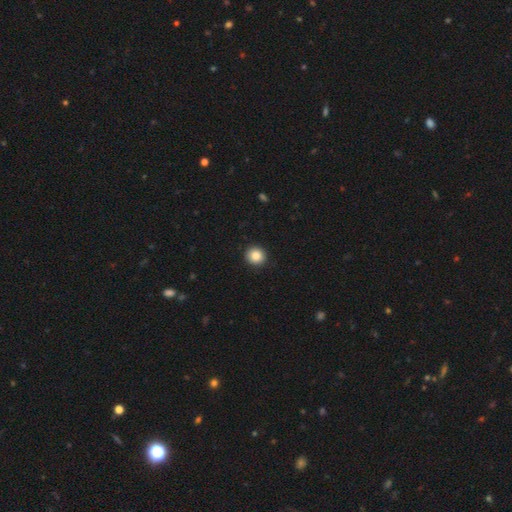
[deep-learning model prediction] Smooth or featured? Predicted: smooth (p=0.86). How rounded? Predicted: round (p=0.93). Merging? Predicted: none (p=0.92).